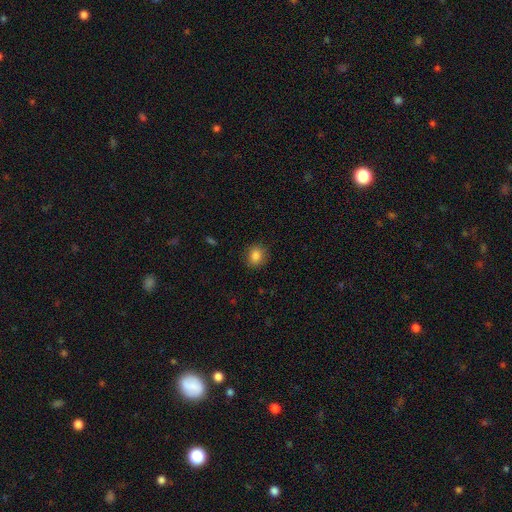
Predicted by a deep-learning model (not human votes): smooth_or_featured: smooth (p=0.85) [alt: star or artifact p=0.10]
how_rounded: round (p=0.70) [alt: in between p=0.29]
merging: none (p=0.86) [alt: minor disturbance p=0.10]